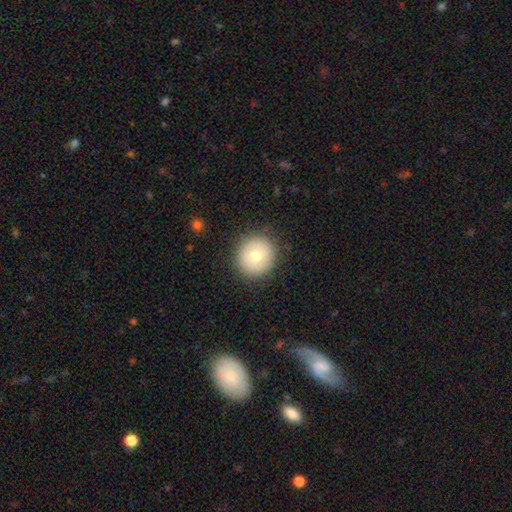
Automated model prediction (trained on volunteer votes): This appears to be a smooth galaxy with no disk features (65%) that is round (93%). Merging: none (88%).